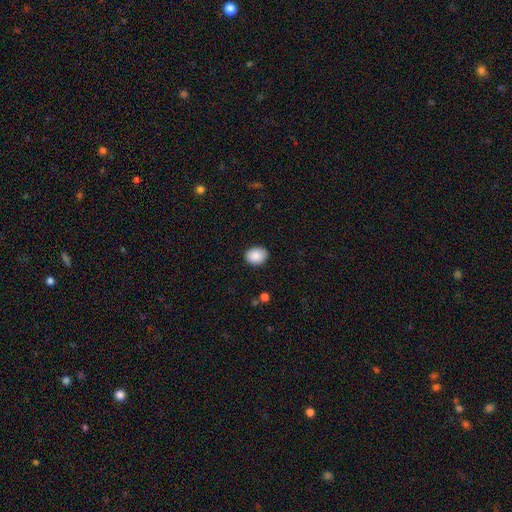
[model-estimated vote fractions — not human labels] smooth-or-featured: smooth: 87% | star or artifact: 8% | featured or disk: 5%
  how-rounded: in between: 55% | round: 44% | cigar-shaped: 1%
  merging: none: 87% | minor disturbance: 9% | major disturbance: 2% | merger: 1%